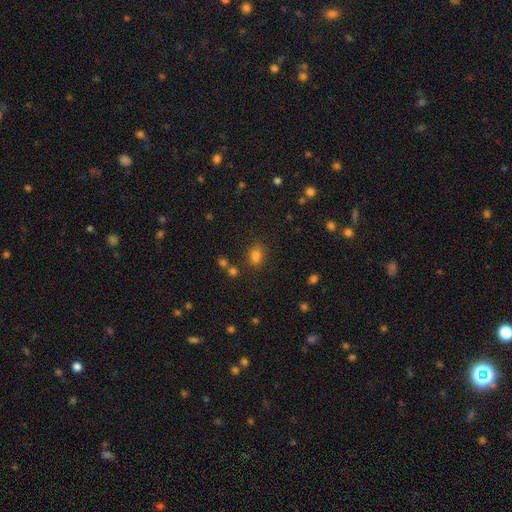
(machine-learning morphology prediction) The model was most divided on "how rounded": in between: 56%, round: 43%, cigar-shaped: 1%. More confident: smooth or featured — smooth (75%); merging — none (72%).